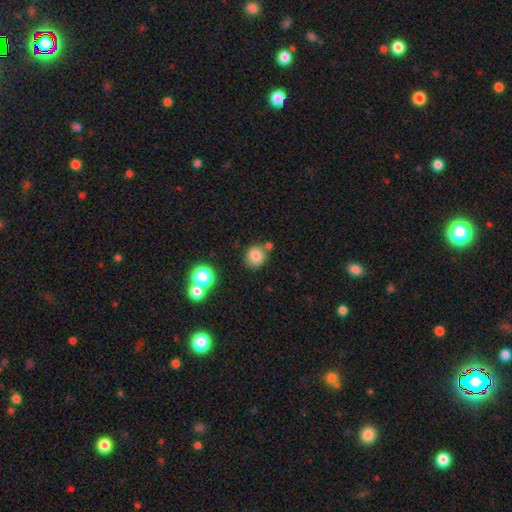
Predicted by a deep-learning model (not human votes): Smooth or featured: smooth — 80% (star or artifact — 12%)
How rounded: round — 84% (in between — 15%)
Merging: none — 71% (merger — 14%)